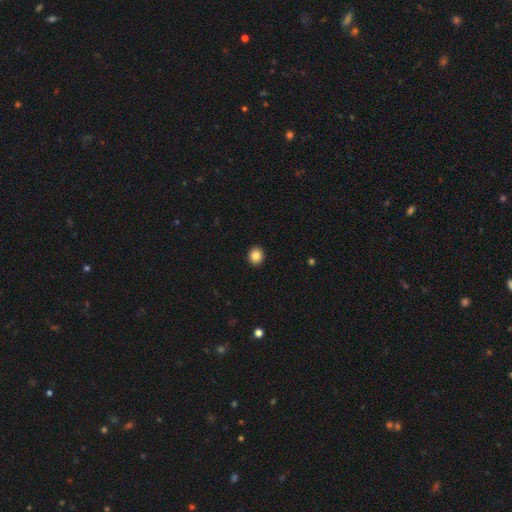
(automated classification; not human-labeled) smooth-or-featured: smooth: 85% | star or artifact: 10% | featured or disk: 5%
  how-rounded: round: 79% | in between: 20% | cigar-shaped: 1%
  merging: none: 93% | minor disturbance: 5% | major disturbance: 1% | merger: 1%